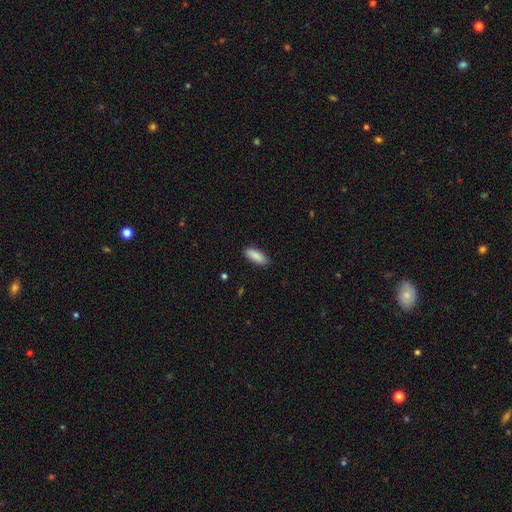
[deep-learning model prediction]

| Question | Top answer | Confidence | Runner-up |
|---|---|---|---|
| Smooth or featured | smooth | 90% | star or artifact (6%) |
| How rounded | in between | 77% | cigar-shaped (21%) |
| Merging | none | 87% | minor disturbance (10%) |